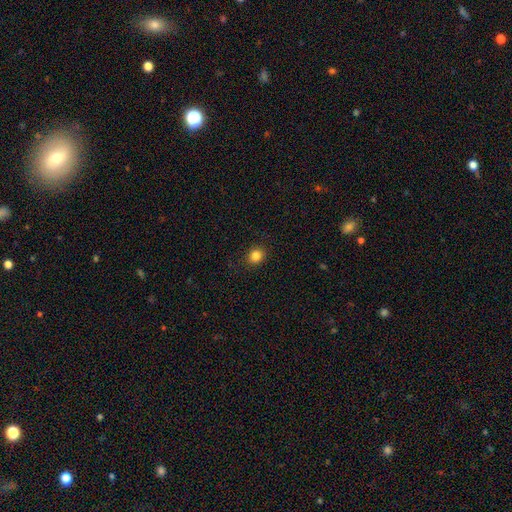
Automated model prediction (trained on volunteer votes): Smooth or featured?
  - smooth: 84% *
  - star or artifact: 12%
  - featured or disk: 5%
How rounded?
  - round: 76% *
  - in between: 23%
  - cigar-shaped: 1%
Merging?
  - none: 89% *
  - minor disturbance: 7%
  - major disturbance: 2%
  - merger: 1%